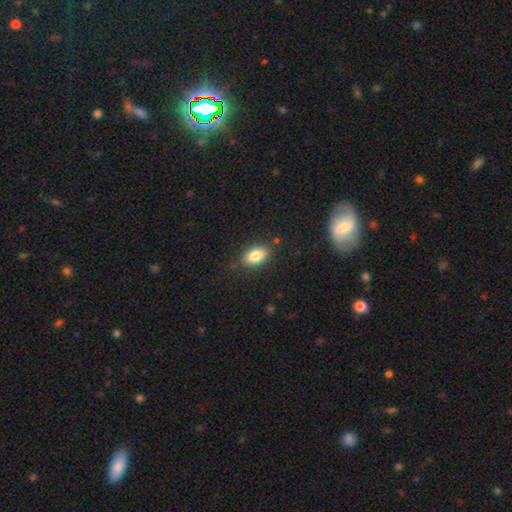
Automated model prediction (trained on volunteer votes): smooth-or-featured: smooth: 83% | featured or disk: 9% | star or artifact: 9%
  how-rounded: in between: 88% | round: 9% | cigar-shaped: 3%
  merging: none: 83% | minor disturbance: 12% | major disturbance: 3% | merger: 2%